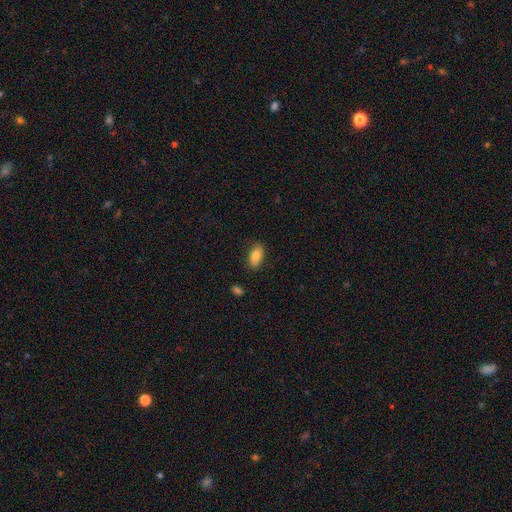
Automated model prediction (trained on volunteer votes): The model was most divided on "merging": none: 84%, minor disturbance: 12%, major disturbance: 2%, merger: 2%. More confident: how rounded — in between (89%); smooth or featured — smooth (82%).